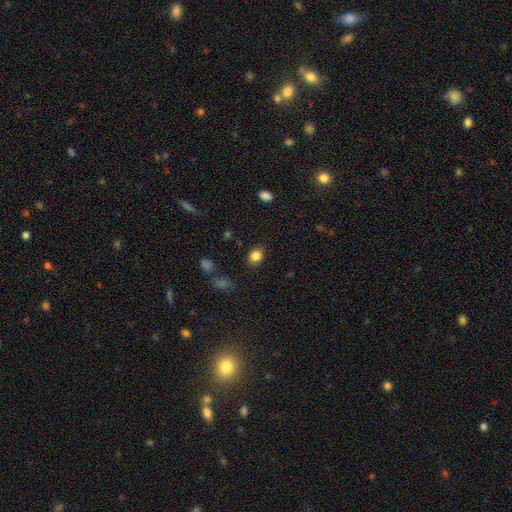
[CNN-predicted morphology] Overall: smooth (84%). How rounded: round (55%; in between 44%). Merging: none (84%).